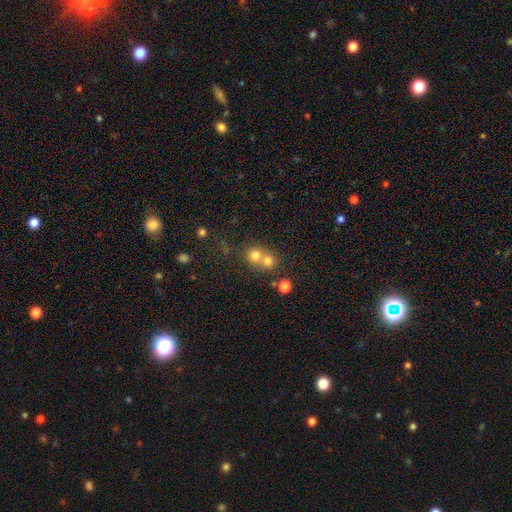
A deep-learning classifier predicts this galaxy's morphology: This is likely a smooth galaxy (74%). How rounded: clearly round (86%). Merging: possibly merger (54%).